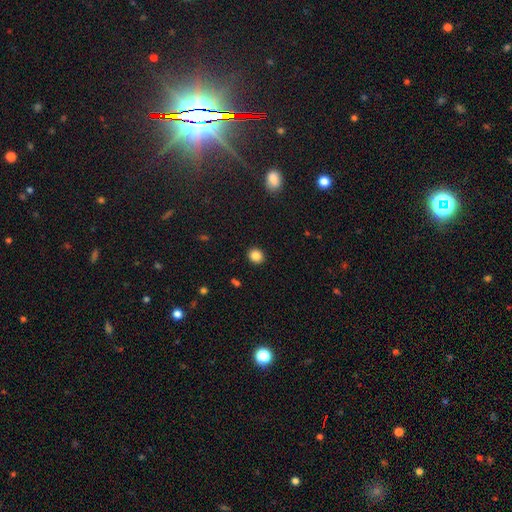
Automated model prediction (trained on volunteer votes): Smooth or featured: smooth — 85% (star or artifact — 10%)
How rounded: round — 75% (in between — 24%)
Merging: none — 91% (minor disturbance — 6%)